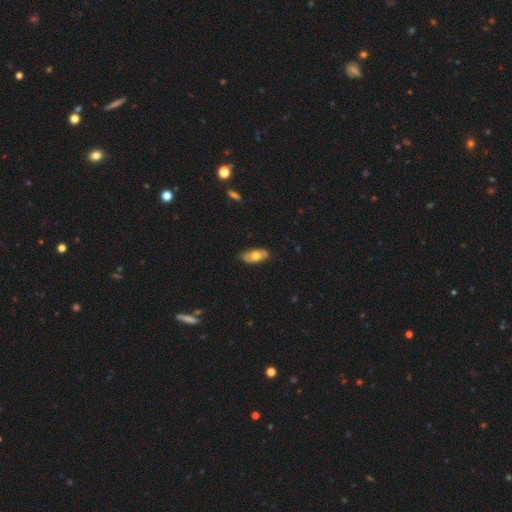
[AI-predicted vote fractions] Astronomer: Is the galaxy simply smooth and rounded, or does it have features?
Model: smooth — 61%.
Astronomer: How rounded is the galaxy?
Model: in between — 89%.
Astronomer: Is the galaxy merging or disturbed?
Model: none — 82%.